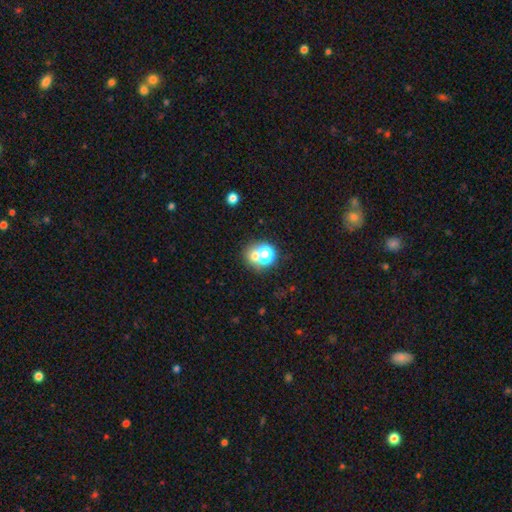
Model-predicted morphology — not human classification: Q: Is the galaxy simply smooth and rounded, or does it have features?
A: smooth — 60%.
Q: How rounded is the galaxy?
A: round — 78%.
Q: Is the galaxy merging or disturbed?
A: none — 52%.